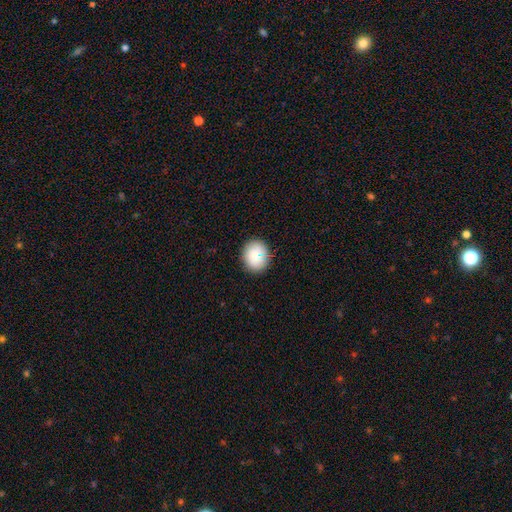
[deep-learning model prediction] Smooth or featured? smooth (84%)
How rounded? round (67%)
Merging? none (86%)